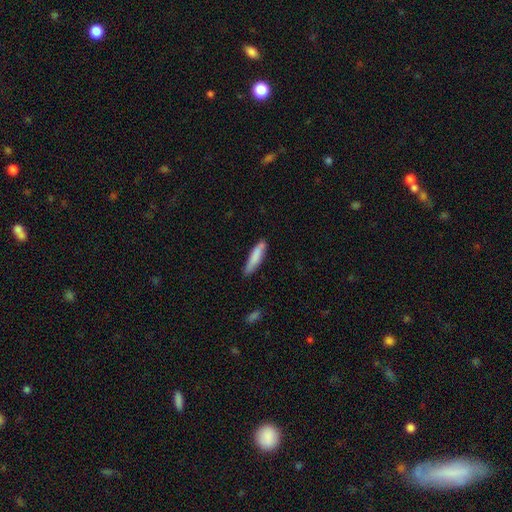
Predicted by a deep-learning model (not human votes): Q: Smooth or featured?
A: smooth (80%); runner-up: featured or disk (14%)
Q: How rounded?
A: cigar-shaped (80%); runner-up: in between (19%)
Q: Merging?
A: none (78%); runner-up: minor disturbance (17%)